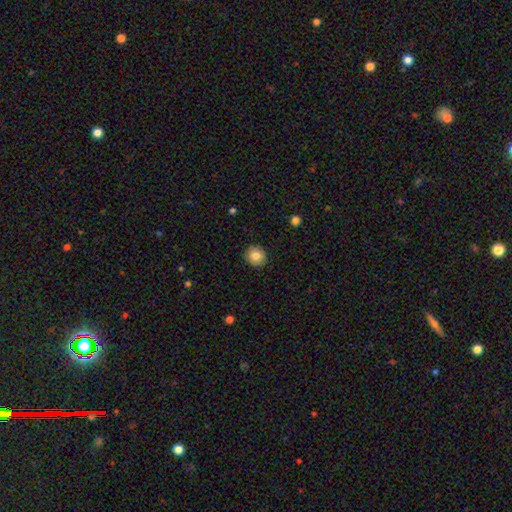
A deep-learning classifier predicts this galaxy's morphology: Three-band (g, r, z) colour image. It shows a smooth galaxy with no disk features (83%) that is round (89%). Merging: none (90%).